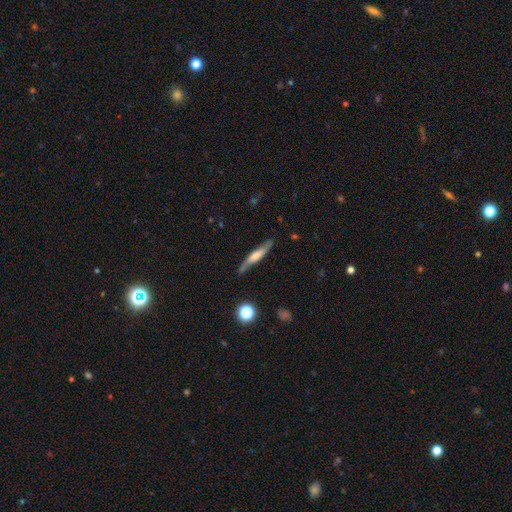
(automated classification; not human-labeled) A featured or disk galaxy (50%) viewed edge-on (80%).

Vote fractions:
- Smooth or featured? featured or disk: 50% / smooth: 43% / star or artifact: 7%
- Edge-on disk? yes: 80% / no: 20%
- Merging? none: 78% / minor disturbance: 16% / major disturbance: 4% / merger: 2%